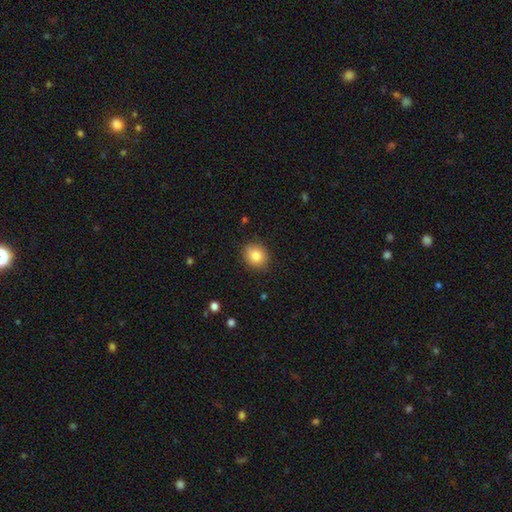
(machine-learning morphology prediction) smooth-or-featured: smooth: 83% | star or artifact: 9% | featured or disk: 8%
  how-rounded: round: 69% | in between: 30% | cigar-shaped: 1%
  merging: none: 86% | minor disturbance: 10% | major disturbance: 2% | merger: 1%